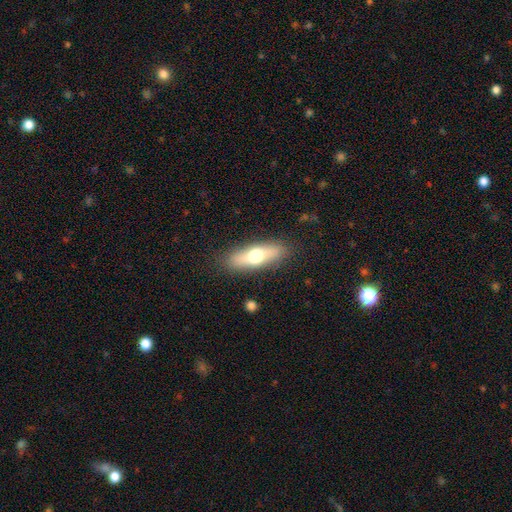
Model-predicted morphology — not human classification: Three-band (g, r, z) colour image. It shows a smooth galaxy with no disk features (58%) that is in between round and cigar-shaped (50%). Merging: none (86%).